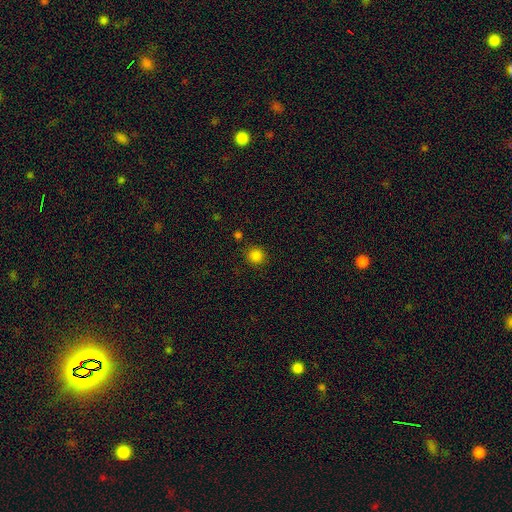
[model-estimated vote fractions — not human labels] Smooth or featured: smooth — 83% (star or artifact — 13%)
How rounded: round — 93% (in between — 6%)
Merging: none — 88% (minor disturbance — 7%)